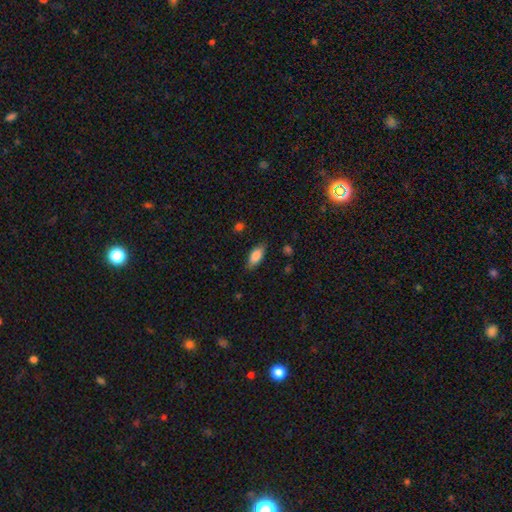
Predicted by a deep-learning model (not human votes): Q: Smooth or featured?
A: smooth (84%); runner-up: featured or disk (9%)
Q: How rounded?
A: in between (85%); runner-up: cigar-shaped (12%)
Q: Merging?
A: none (81%); runner-up: minor disturbance (14%)